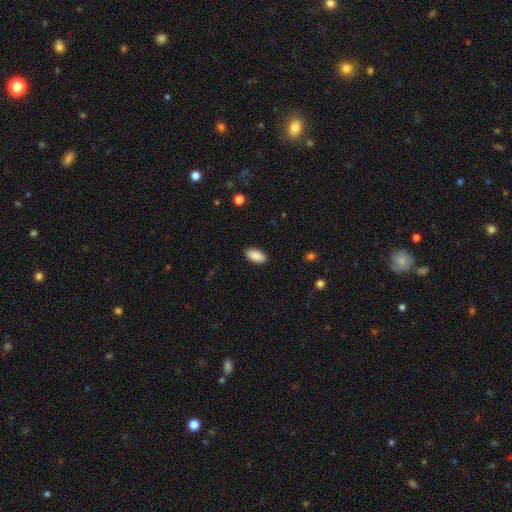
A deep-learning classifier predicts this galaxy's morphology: smooth-or-featured: smooth: 89% | star or artifact: 7% | featured or disk: 4%
  how-rounded: in between: 94% | cigar-shaped: 3% | round: 2%
  merging: none: 89% | minor disturbance: 8% | major disturbance: 2% | merger: 1%